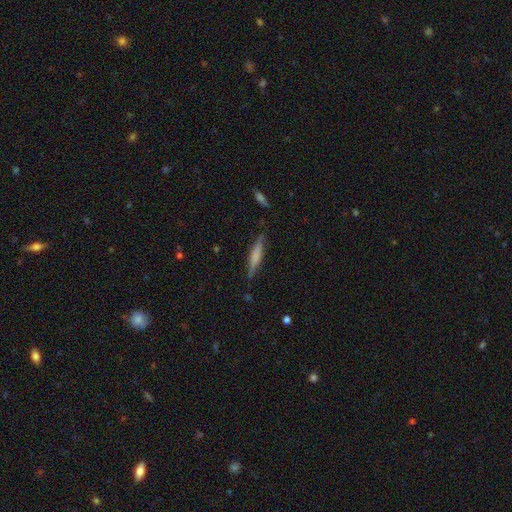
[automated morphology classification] This is possibly a smooth galaxy (52%). How rounded: clearly cigar-shaped (87%). Merging: clearly none (83%).